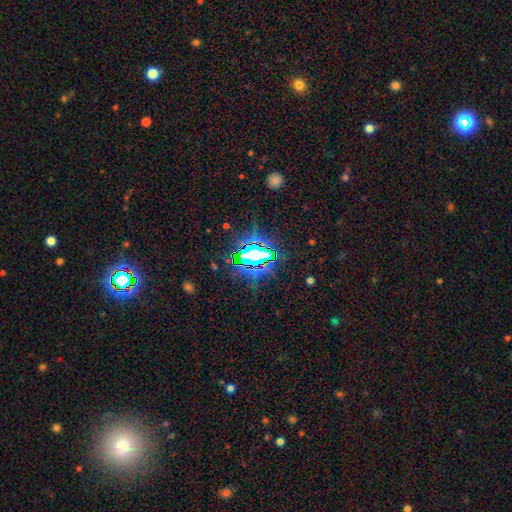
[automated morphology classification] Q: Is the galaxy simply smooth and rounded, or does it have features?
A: star or artifact — 74%.